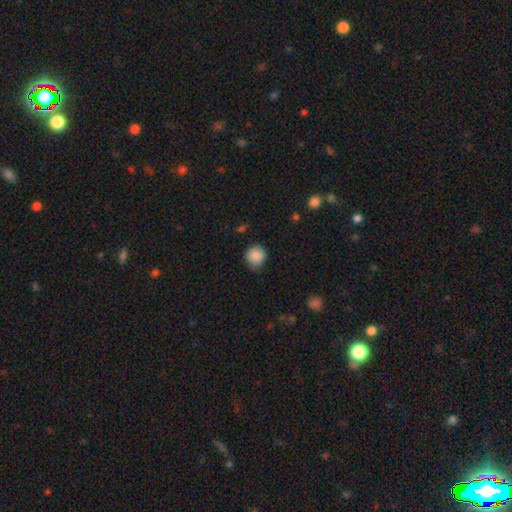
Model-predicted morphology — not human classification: type=smooth (88%); roundness=round (87%); merging=none (71%).